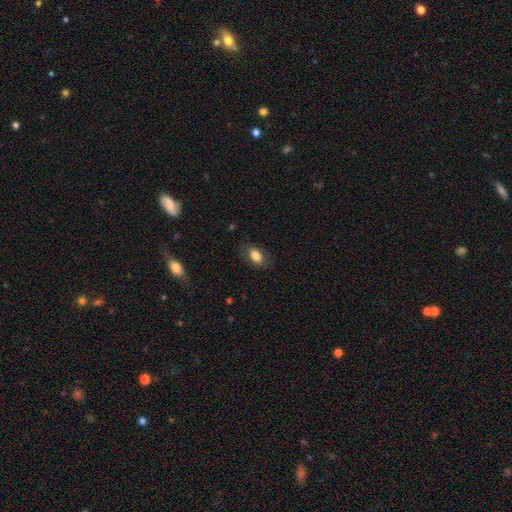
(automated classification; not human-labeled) This is clearly a smooth galaxy (81%). How rounded: clearly in between (89%). Merging: likely none (79%).